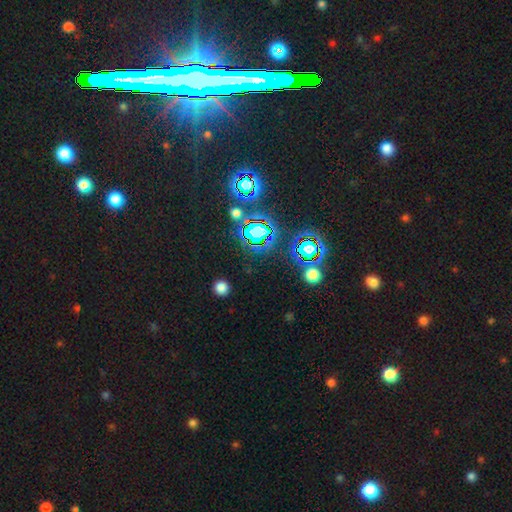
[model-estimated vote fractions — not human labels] Smooth or featured? Predicted: star or artifact (p=0.80).